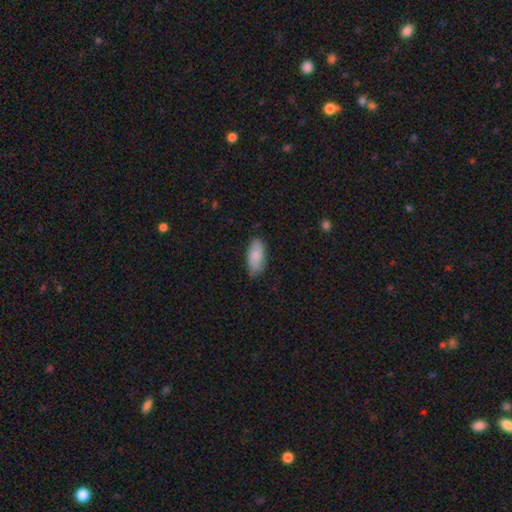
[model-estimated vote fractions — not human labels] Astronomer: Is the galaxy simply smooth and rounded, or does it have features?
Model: smooth — 84%.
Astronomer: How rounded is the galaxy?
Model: in between — 88%.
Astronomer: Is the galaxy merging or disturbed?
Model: none — 76%.